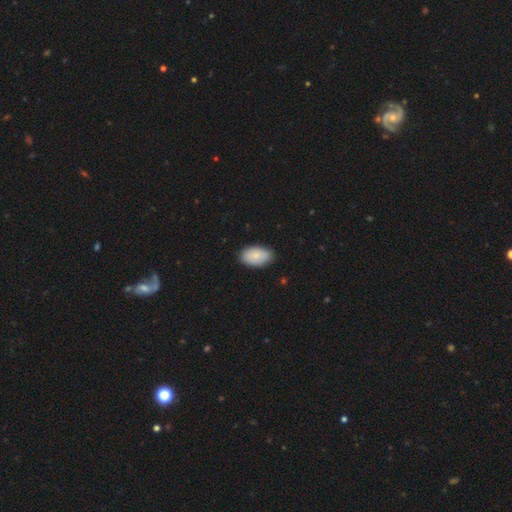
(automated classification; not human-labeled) smooth 83%, featured or disk 11%, star or artifact 6%. Down the decision tree: how rounded — in between (94%); merging — none (84%).